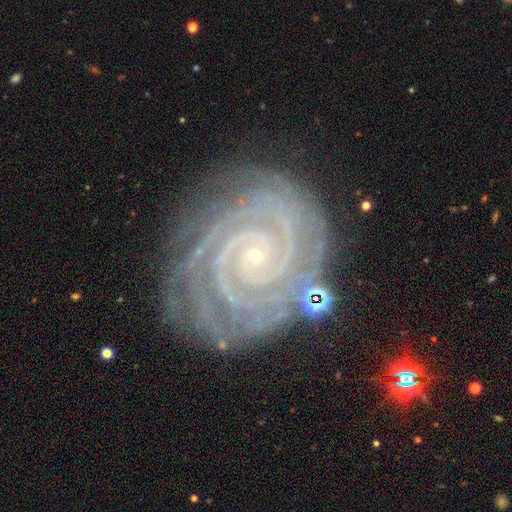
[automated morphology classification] Smooth or featured? Predicted: featured or disk (p=0.93). Edge-on disk? Predicted: no (p=0.98). Bar? Predicted: no (p=0.74). Spiral arms? Predicted: yes (p=0.99). Spiral winding? Predicted: tight (p=0.91). Spiral arm count? Predicted: 2 (p=0.44). Bulge size? Predicted: small (p=0.91). Merging? Predicted: none (p=0.81).